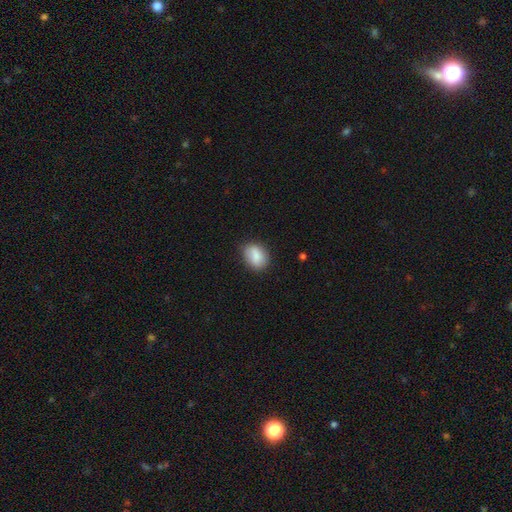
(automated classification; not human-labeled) smooth-or-featured: smooth: 85% | featured or disk: 8% | star or artifact: 7%
  how-rounded: in between: 69% | round: 30% | cigar-shaped: 1%
  merging: none: 77% | minor disturbance: 18% | major disturbance: 3% | merger: 1%